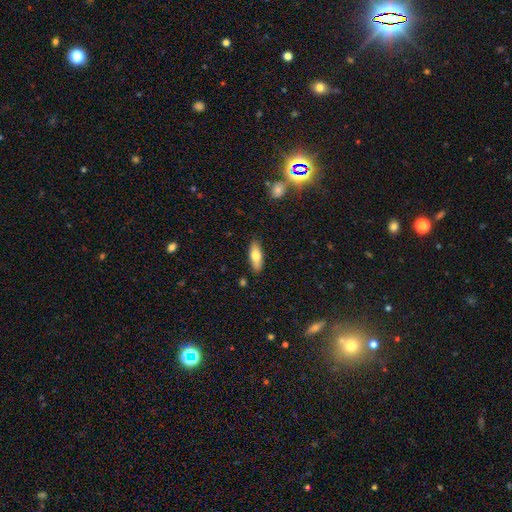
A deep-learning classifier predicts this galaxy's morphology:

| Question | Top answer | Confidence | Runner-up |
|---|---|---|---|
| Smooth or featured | smooth | 73% | featured or disk (20%) |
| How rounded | in between | 70% | cigar-shaped (28%) |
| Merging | none | 87% | minor disturbance (10%) |